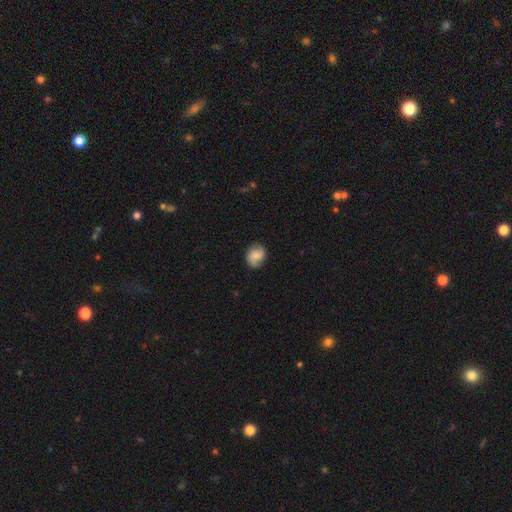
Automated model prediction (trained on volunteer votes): Smooth or featured? smooth (63%)
How rounded? round (59%)
Merging? none (74%)